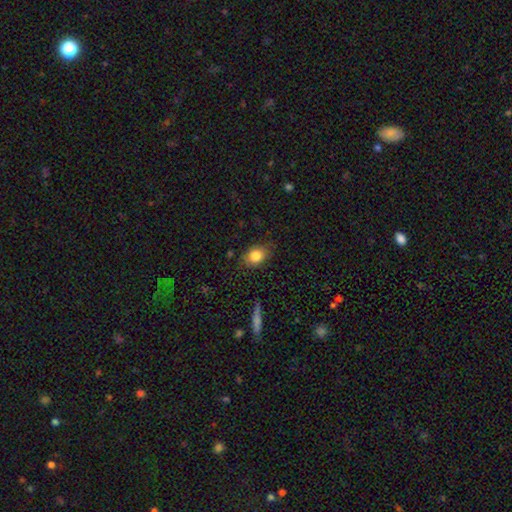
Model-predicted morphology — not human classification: type=smooth (82%); roundness=in between (66%); merging=none (80%).